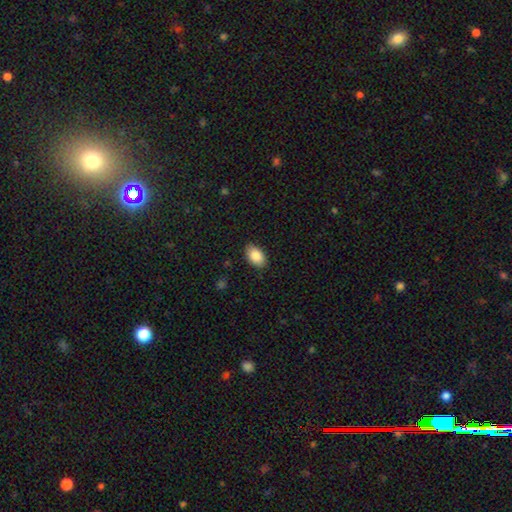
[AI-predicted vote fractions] The model was most divided on "merging": none: 87%, minor disturbance: 10%, major disturbance: 2%, merger: 1%. More confident: how rounded — in between (90%); smooth or featured — smooth (87%).